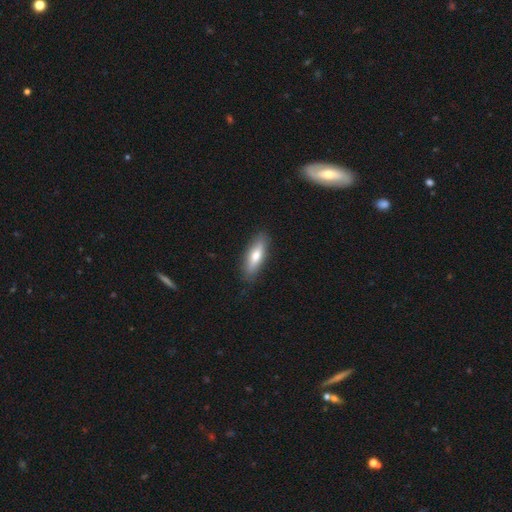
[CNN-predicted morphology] The model was most divided on "how rounded": cigar-shaped: 52%, in between: 46%, round: 2%. More confident: merging — none (87%); smooth or featured — smooth (64%).